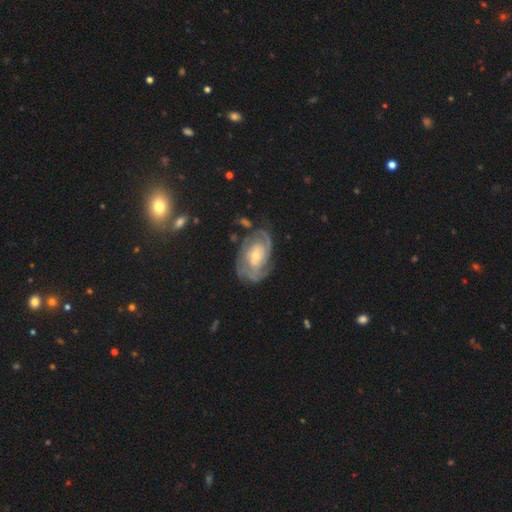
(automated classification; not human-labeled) Q: Smooth or featured?
A: featured or disk (84%); runner-up: smooth (10%)
Q: Edge-on disk?
A: no (96%); runner-up: yes (4%)
Q: Bar?
A: no (65%); runner-up: weak (28%)
Q: Spiral arms?
A: yes (93%); runner-up: no (7%)
Q: Spiral winding?
A: tight (66%); runner-up: medium (27%)
Q: Spiral arm count?
A: 2 (33%); tied with: can't tell (33%)
Q: Bulge size?
A: small (57%); runner-up: moderate (39%)
Q: Merging?
A: none (69%); runner-up: minor disturbance (20%)